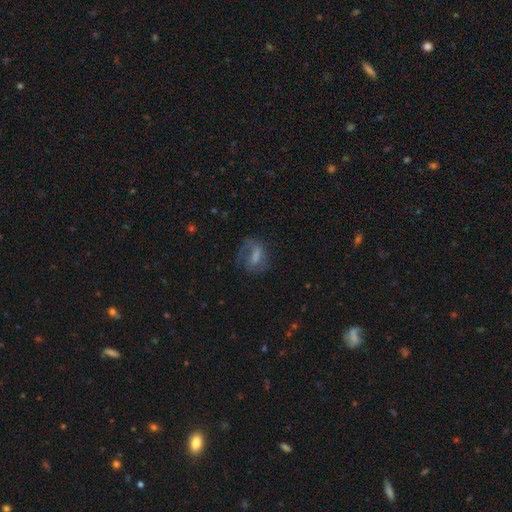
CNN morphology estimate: Overall: featured or disk (53%; smooth 37%). Edge-on disk: no (96%). Bar: weak (43%; no 33%). Spiral arms: yes (74%). Bulge size: none (34%; moderate 29%). Merging: none (46%; major disturbance 30%).